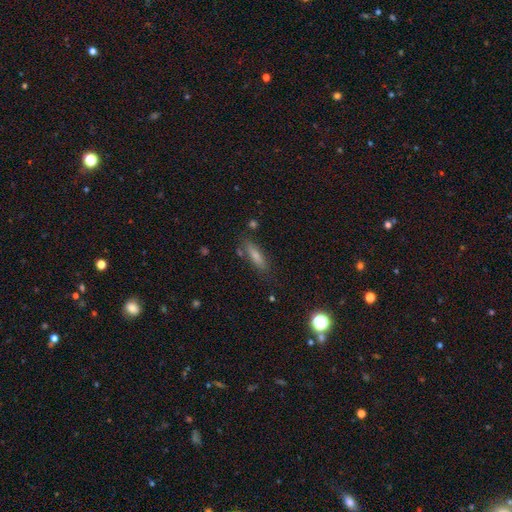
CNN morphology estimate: Overall: smooth (76%). How rounded: cigar-shaped (63%; in between 35%). Merging: none (76%).